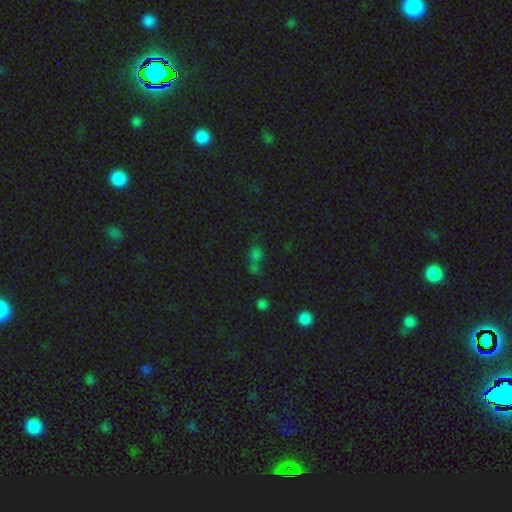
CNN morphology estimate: This is possibly a smooth galaxy (46%). Merging: marginally none (41%).